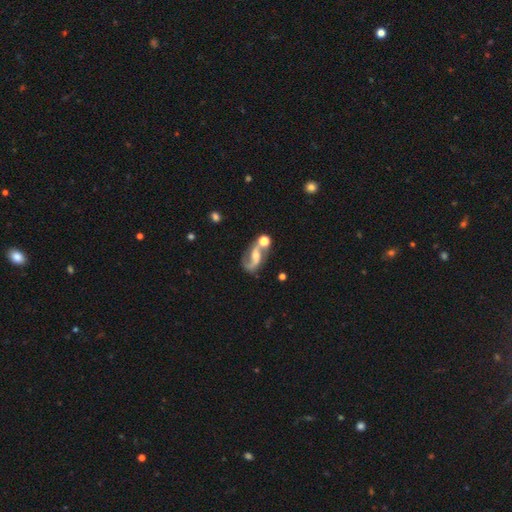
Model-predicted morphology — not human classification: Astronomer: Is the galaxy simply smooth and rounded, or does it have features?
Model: featured or disk — 80%.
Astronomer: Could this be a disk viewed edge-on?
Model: no — 96%.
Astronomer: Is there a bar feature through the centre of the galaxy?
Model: no — 39% (runner-up: weak, 38%).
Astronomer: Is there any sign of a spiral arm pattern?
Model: yes — 93%.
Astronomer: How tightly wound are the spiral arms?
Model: loose — 61%.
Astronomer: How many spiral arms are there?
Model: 2 — 82%.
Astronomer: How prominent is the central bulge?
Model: moderate — 50% (runner-up: small, 38%).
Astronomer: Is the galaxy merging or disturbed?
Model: none — 50%.